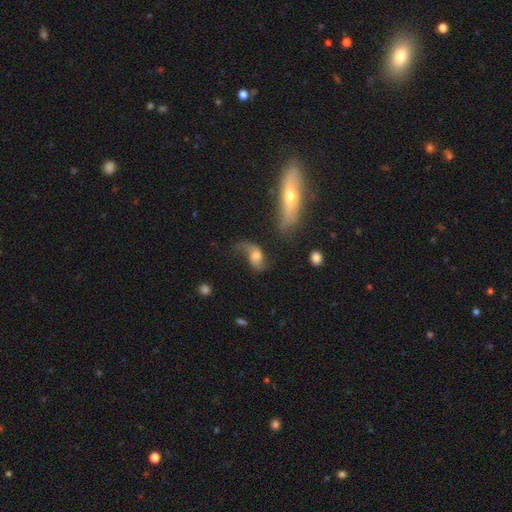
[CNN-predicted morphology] Q: Smooth or featured?
A: featured or disk (49%); runner-up: smooth (41%)
Q: Merging?
A: major disturbance (38%); runner-up: none (30%)